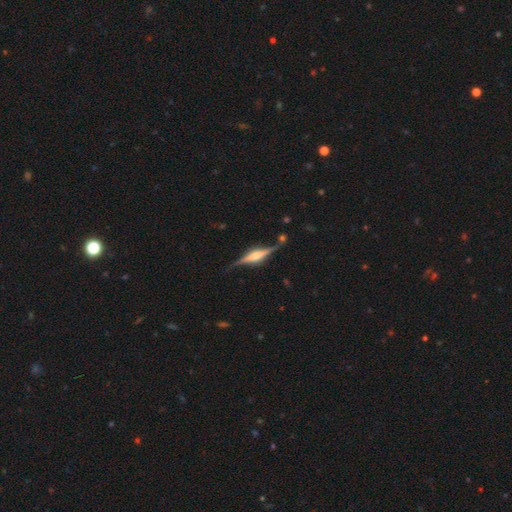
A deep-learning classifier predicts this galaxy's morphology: Q: Smooth or featured?
A: featured or disk (83%); runner-up: smooth (11%)
Q: Edge-on disk?
A: yes (96%); runner-up: no (4%)
Q: Edge-on bulge?
A: rounded (67%); runner-up: boxy (29%)
Q: Merging?
A: none (77%); runner-up: minor disturbance (14%)